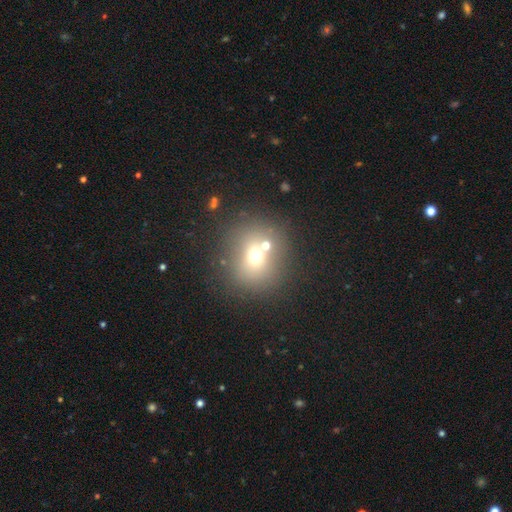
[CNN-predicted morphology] Q: Smooth or featured?
A: smooth (64%); runner-up: star or artifact (19%)
Q: How rounded?
A: round (84%); runner-up: in between (15%)
Q: Merging?
A: none (65%); runner-up: merger (20%)